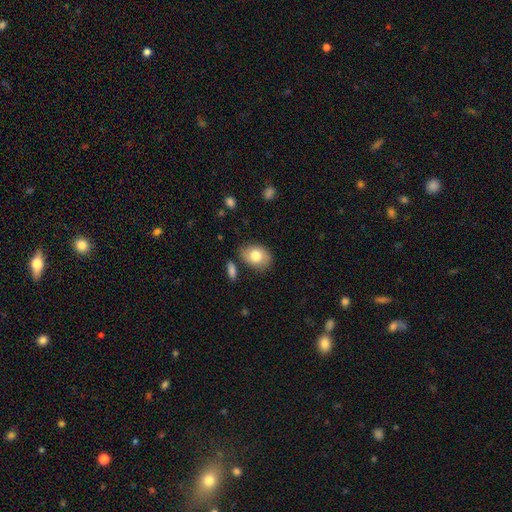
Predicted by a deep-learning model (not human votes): This is likely a smooth galaxy (76%). How rounded: likely in between (73%). Merging: likely none (75%).